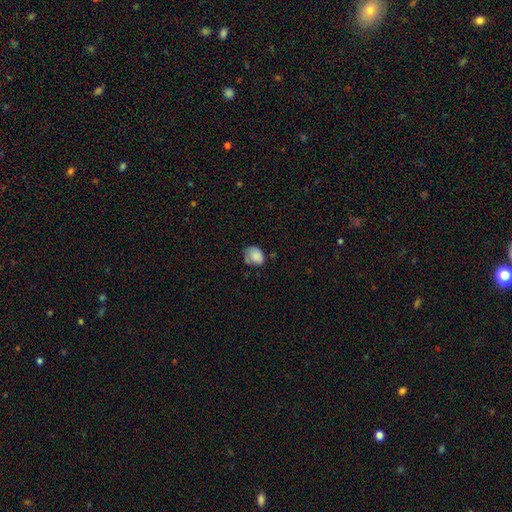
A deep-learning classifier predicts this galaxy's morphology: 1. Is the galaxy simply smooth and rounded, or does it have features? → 83% smooth, 9% featured or disk, 8% star or artifact.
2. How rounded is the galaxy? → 63% in between, 36% round, 1% cigar-shaped.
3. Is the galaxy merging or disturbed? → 51% none, 32% minor disturbance, 11% major disturbance, 6% merger.